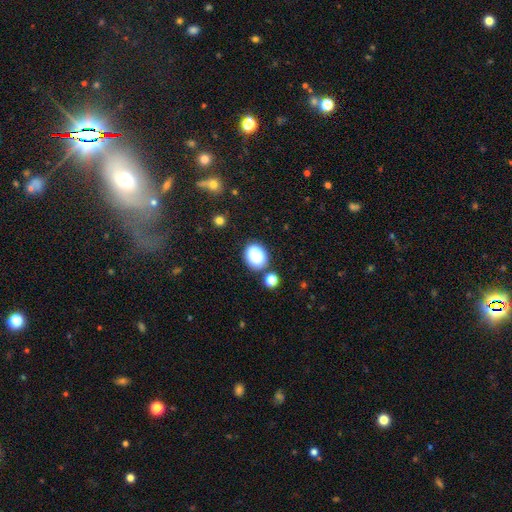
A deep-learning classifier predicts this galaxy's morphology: smooth-or-featured: smooth: 87% | star or artifact: 8% | featured or disk: 5%
  how-rounded: in between: 56% | round: 43% | cigar-shaped: 1%
  merging: none: 77% | minor disturbance: 12% | merger: 8% | major disturbance: 3%